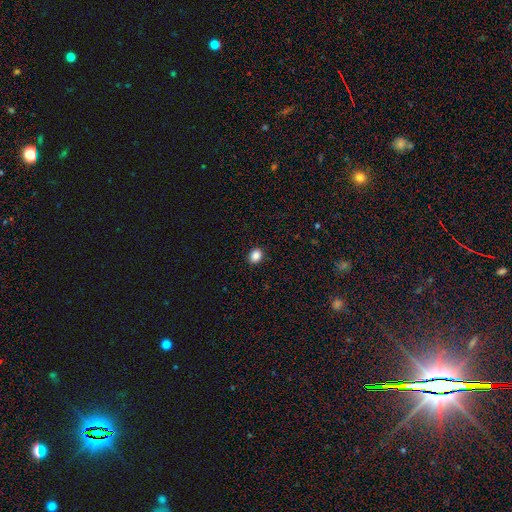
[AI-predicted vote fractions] This appears to be a smooth galaxy with no disk features (87%) that is round (56%). Merging: none (91%).